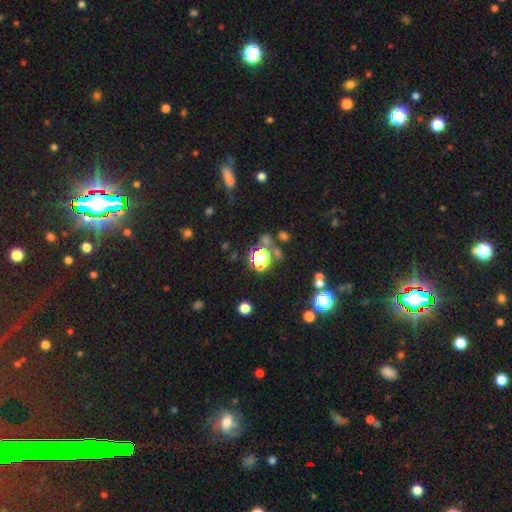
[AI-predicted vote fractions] The model was most divided on "smooth or featured": star or artifact: 64%, smooth: 27%, featured or disk: 9%.